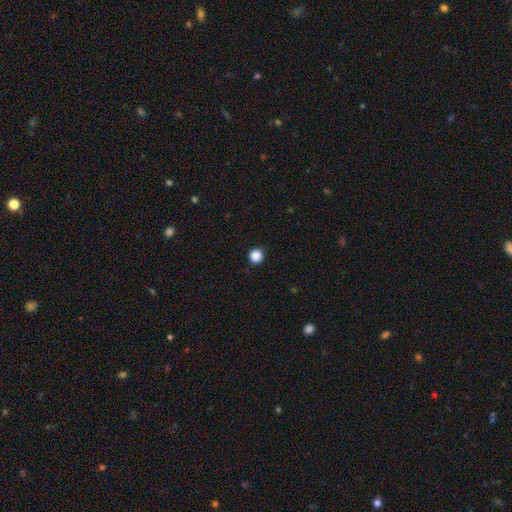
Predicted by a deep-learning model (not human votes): This is clearly a smooth galaxy (87%). How rounded: clearly round (94%). Merging: clearly none (93%).